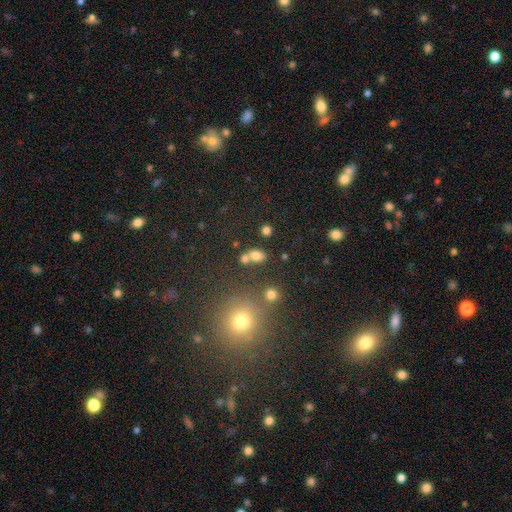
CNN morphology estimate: Smooth or featured? smooth (73%)
How rounded? in between (69%)
Merging? none (55%)